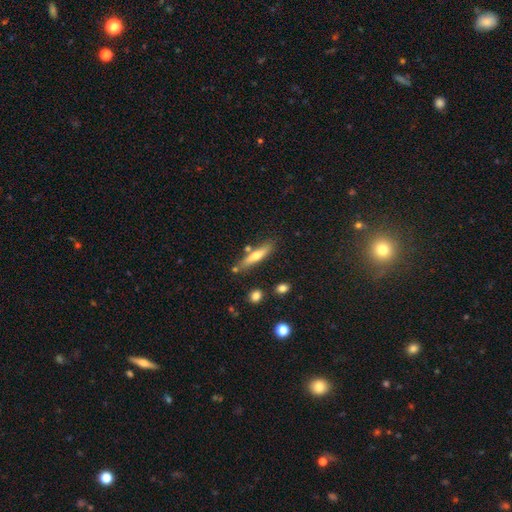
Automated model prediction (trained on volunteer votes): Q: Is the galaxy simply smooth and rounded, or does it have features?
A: smooth — 52%.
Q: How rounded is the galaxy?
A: cigar-shaped — 83%.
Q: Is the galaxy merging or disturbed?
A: none — 76%.